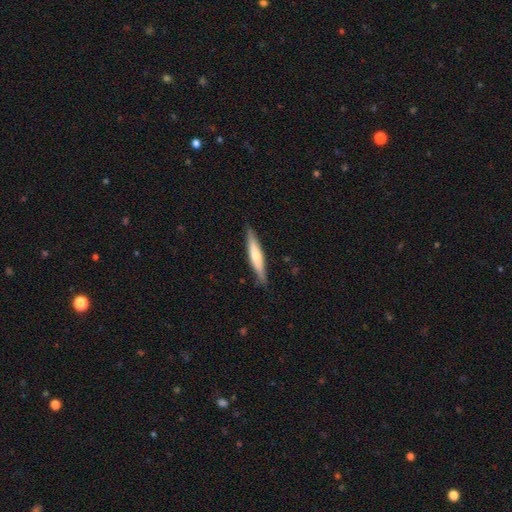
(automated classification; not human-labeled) smooth-or-featured: smooth: 53% | featured or disk: 42% | star or artifact: 5%
  how-rounded: cigar-shaped: 91% | in between: 7% | round: 1%
  merging: none: 87% | minor disturbance: 10% | major disturbance: 2% | merger: 1%